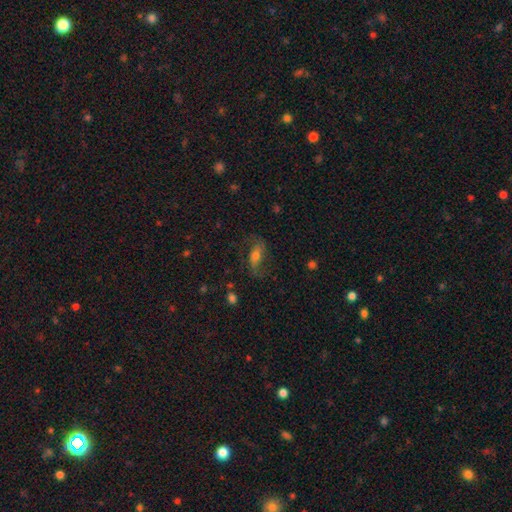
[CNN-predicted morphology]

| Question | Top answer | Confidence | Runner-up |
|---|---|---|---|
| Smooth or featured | featured or disk | 58% | smooth (31%) |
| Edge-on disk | no | 88% | yes (12%) |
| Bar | no | 42% | weak (34%) |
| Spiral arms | yes | 86% | no (14%) |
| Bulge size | moderate | 57% | small (24%) |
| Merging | none | 68% | minor disturbance (18%) |